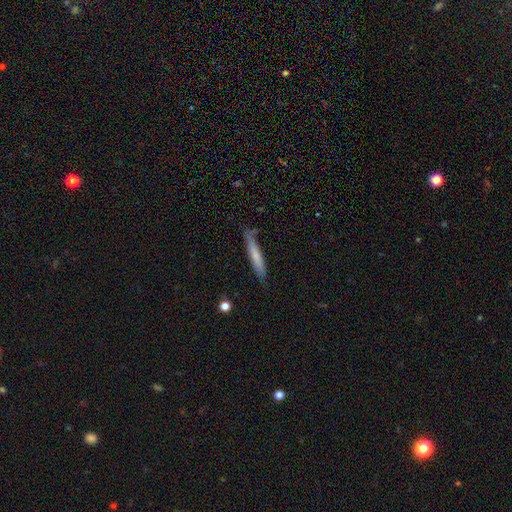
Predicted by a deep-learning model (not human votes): The model was most divided on "smooth or featured": smooth: 68%, featured or disk: 26%, star or artifact: 6%. More confident: how rounded — cigar-shaped (94%); merging — none (78%).